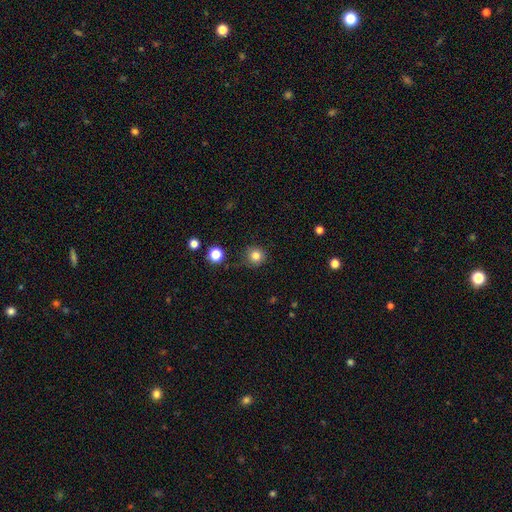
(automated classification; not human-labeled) The model was most divided on "merging": none: 81%, minor disturbance: 13%, major disturbance: 4%, merger: 2%. More confident: how rounded — round (93%); smooth or featured — smooth (82%).